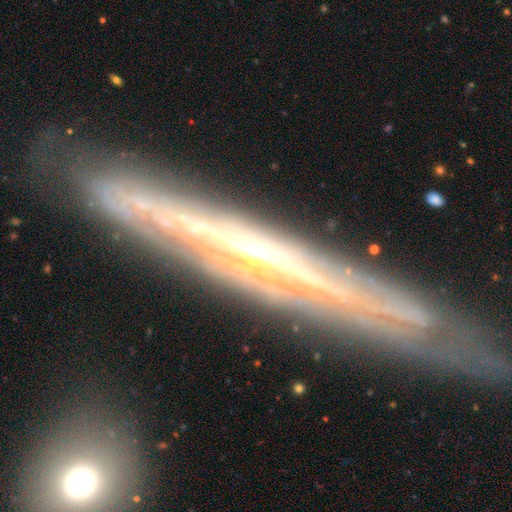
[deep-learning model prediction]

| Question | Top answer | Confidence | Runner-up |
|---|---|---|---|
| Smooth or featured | featured or disk | 81% | smooth (12%) |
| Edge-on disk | yes | 87% | no (13%) |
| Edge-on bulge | rounded | 53% | none (44%) |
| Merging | none | 80% | minor disturbance (14%) |